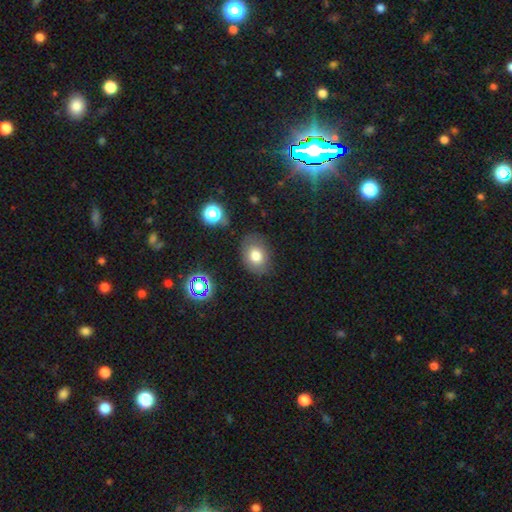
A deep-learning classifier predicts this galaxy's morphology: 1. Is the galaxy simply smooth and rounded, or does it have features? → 76% smooth, 12% featured or disk, 12% star or artifact.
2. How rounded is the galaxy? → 67% in between, 32% round, 1% cigar-shaped.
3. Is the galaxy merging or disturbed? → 77% none, 16% minor disturbance, 5% major disturbance, 2% merger.